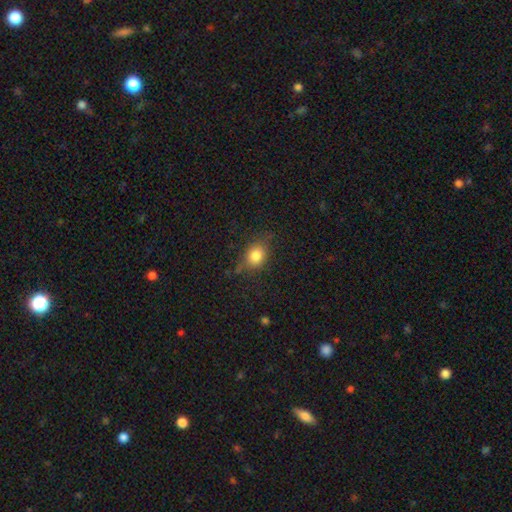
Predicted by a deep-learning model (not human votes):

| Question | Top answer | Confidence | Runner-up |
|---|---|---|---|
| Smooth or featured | smooth | 80% | star or artifact (10%) |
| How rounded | in between | 58% | round (40%) |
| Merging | none | 69% | minor disturbance (22%) |